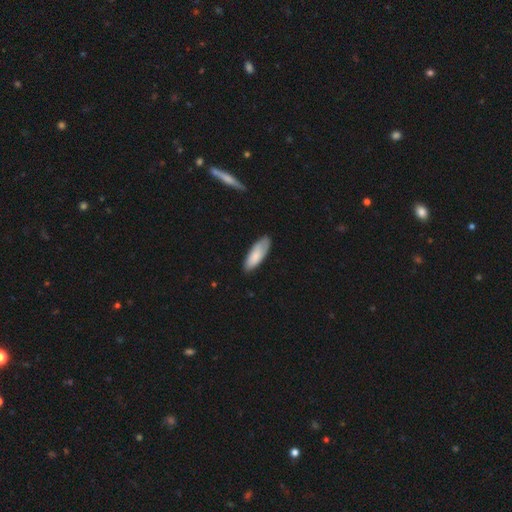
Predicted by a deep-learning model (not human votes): Smooth or featured?
  - smooth: 82% *
  - featured or disk: 12%
  - star or artifact: 5%
How rounded?
  - in between: 68% *
  - cigar-shaped: 31%
  - round: 1%
Merging?
  - none: 78% *
  - minor disturbance: 18%
  - major disturbance: 3%
  - merger: 1%